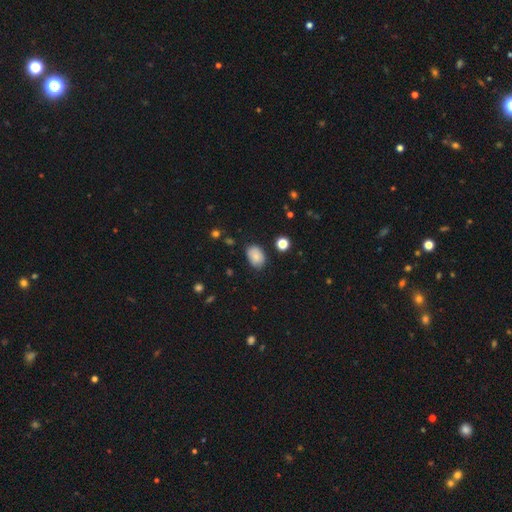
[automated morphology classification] Overall: smooth (82%). How rounded: in between (79%). Merging: none (71%).